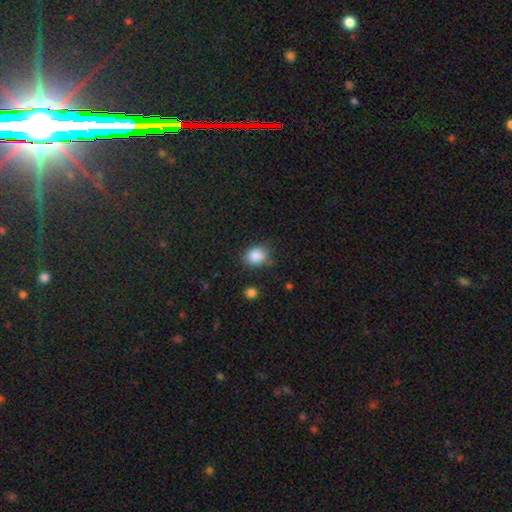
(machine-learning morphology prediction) Overall: smooth (86%). How rounded: round (61%; in between 38%). Merging: none (74%).